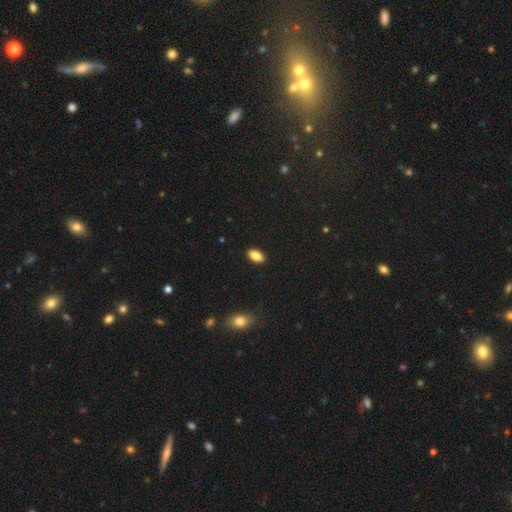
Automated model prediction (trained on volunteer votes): A smooth galaxy with no disk features (84%) that is in between round and cigar-shaped (92%).

Vote fractions:
- Smooth or featured? smooth: 84% / featured or disk: 8% / star or artifact: 8%
- How rounded? in between: 92% / cigar-shaped: 5% / round: 3%
- Merging? none: 90% / minor disturbance: 7% / major disturbance: 2% / merger: 1%